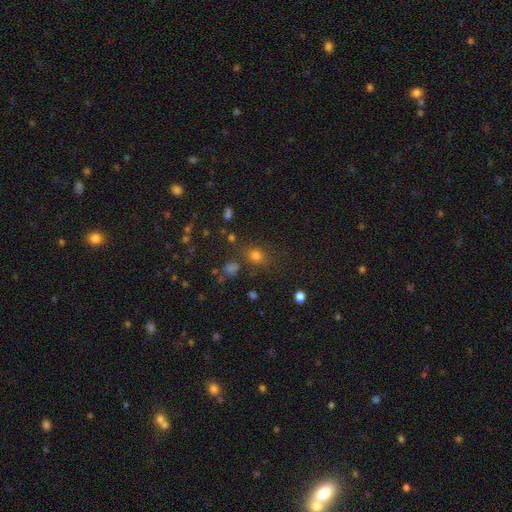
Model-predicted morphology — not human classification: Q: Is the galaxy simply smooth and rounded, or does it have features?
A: smooth — 71%.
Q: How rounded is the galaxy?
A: round — 67%.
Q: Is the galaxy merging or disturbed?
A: none — 74%.